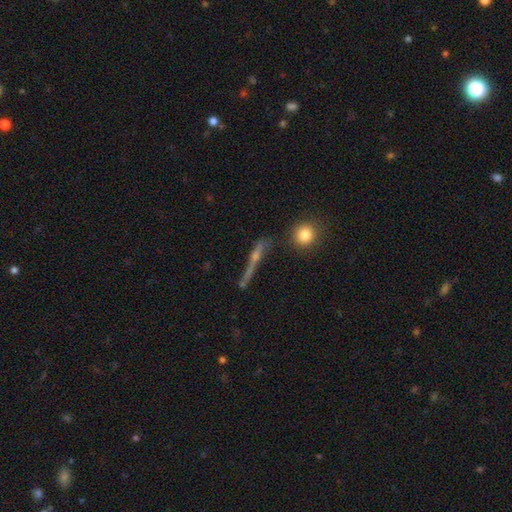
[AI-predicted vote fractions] Smooth or featured?
  - featured or disk: 59% *
  - smooth: 27%
  - star or artifact: 14%
Edge-on disk?
  - yes: 85% *
  - no: 15%
Edge-on bulge?
  - rounded: 64% *
  - none: 26%
  - boxy: 10%
Merging?
  - none: 61% *
  - minor disturbance: 18%
  - major disturbance: 11%
  - merger: 10%